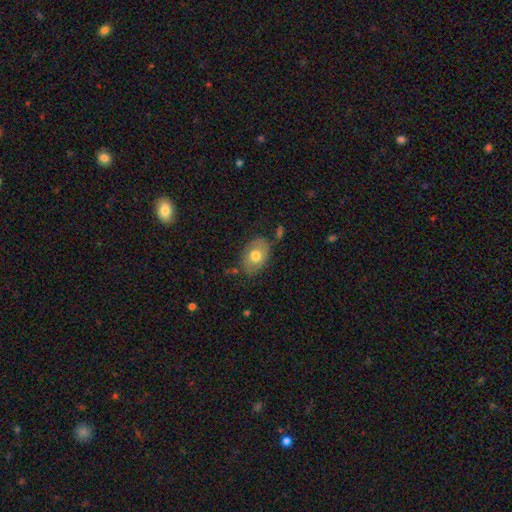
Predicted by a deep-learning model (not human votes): smooth-or-featured: smooth: 68% | featured or disk: 25% | star or artifact: 7%
  how-rounded: in between: 79% | round: 20% | cigar-shaped: 1%
  merging: none: 73% | minor disturbance: 18% | major disturbance: 5% | merger: 4%